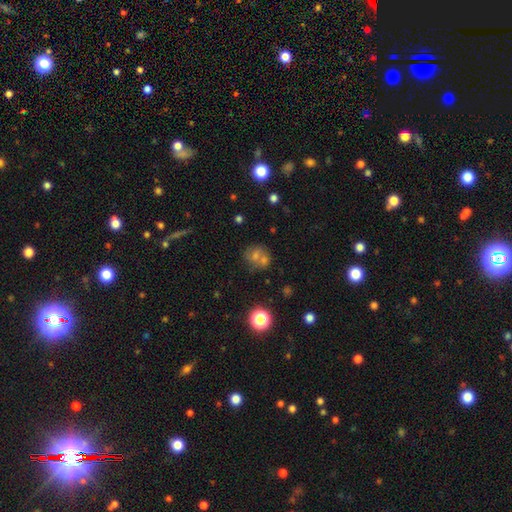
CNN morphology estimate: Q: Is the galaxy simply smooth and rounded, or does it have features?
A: smooth — 55%.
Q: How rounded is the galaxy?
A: round — 78%.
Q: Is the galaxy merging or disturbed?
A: none — 52%.